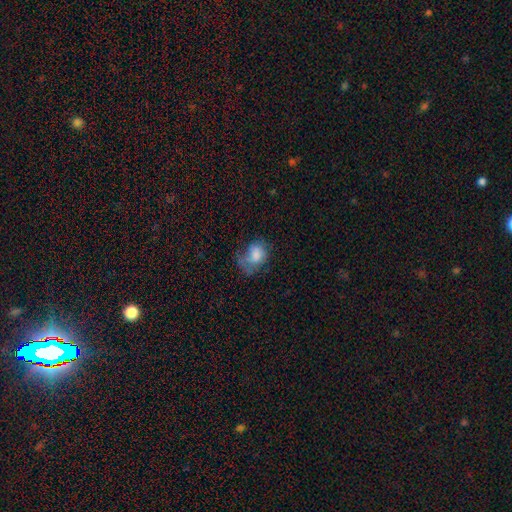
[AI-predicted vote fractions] smooth-or-featured: smooth: 69% | featured or disk: 22% | star or artifact: 9%
  how-rounded: in between: 69% | round: 30% | cigar-shaped: 1%
  merging: major disturbance: 37% | none: 31% | minor disturbance: 29% | merger: 3%